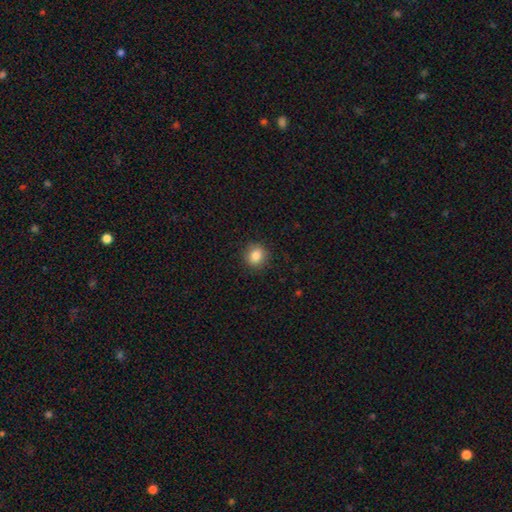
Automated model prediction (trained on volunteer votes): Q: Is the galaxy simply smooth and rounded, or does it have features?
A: smooth — 84%.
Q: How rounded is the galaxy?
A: round — 83%.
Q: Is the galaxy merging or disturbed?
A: none — 90%.